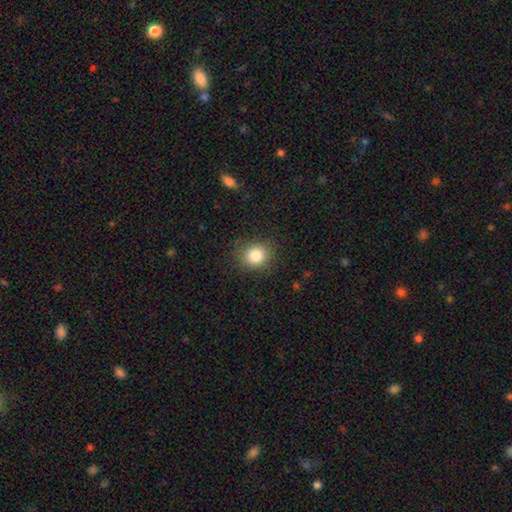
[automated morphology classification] Overall: smooth (84%). How rounded: round (77%). Merging: none (85%).